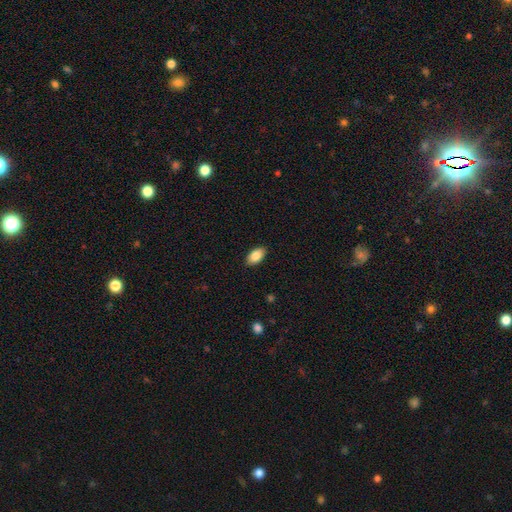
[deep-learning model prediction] smooth_or_featured: smooth (p=0.85) [alt: featured or disk p=0.08]
how_rounded: in between (p=0.93) [alt: round p=0.04]
merging: none (p=0.89) [alt: minor disturbance p=0.09]